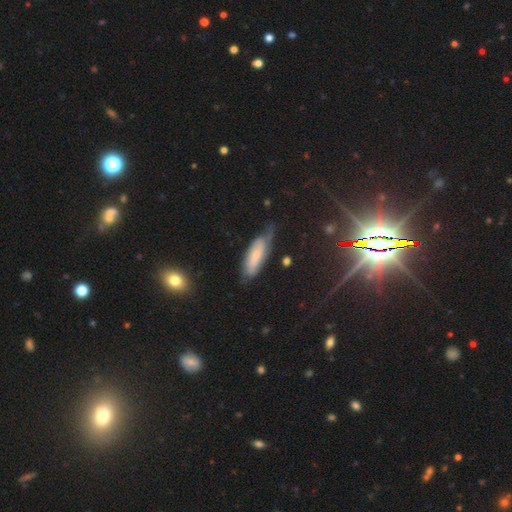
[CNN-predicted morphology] A smooth galaxy with no disk features (49%). Merging: none (52%).